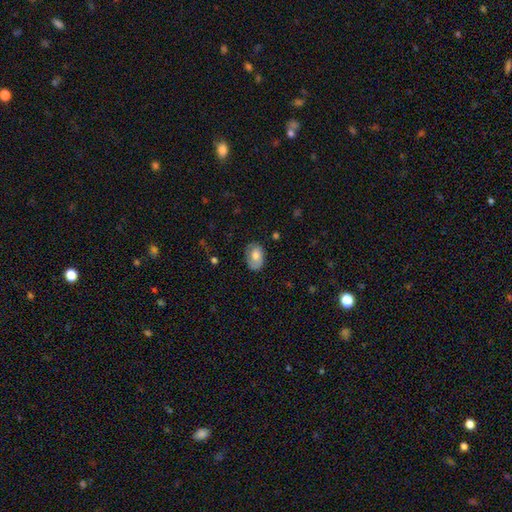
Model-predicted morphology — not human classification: smooth 69%, featured or disk 24%, star or artifact 7%. Down the decision tree: how rounded — in between (84%); merging — none (71%).